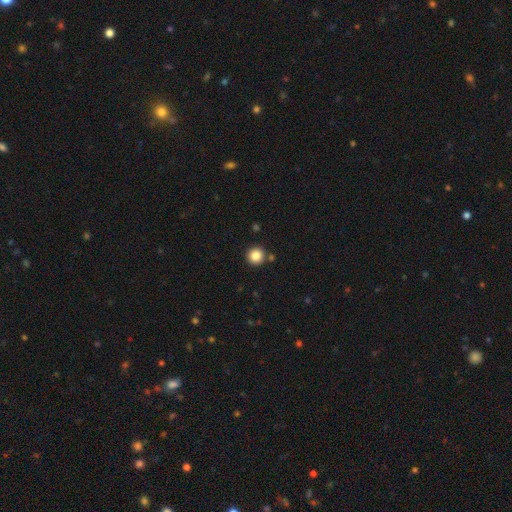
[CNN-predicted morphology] smooth-or-featured: smooth: 85% | star or artifact: 10% | featured or disk: 4%
  how-rounded: round: 95% | in between: 4% | cigar-shaped: 1%
  merging: none: 88% | minor disturbance: 6% | merger: 4% | major disturbance: 2%